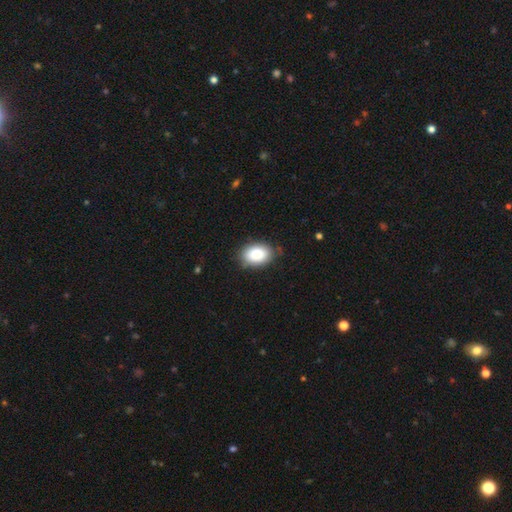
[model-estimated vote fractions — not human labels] A smooth galaxy with no disk features (87%) that is in between round and cigar-shaped (87%). Merging: none (81%).